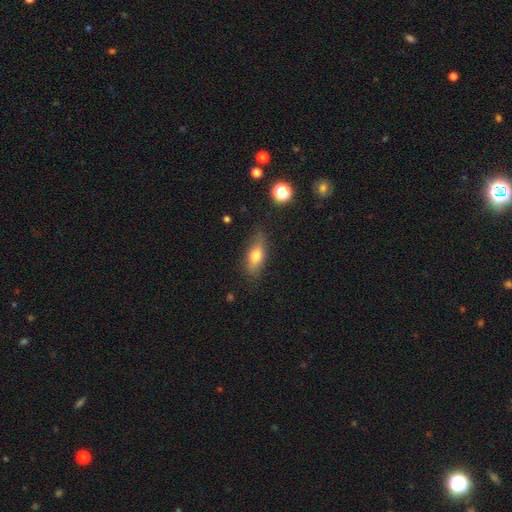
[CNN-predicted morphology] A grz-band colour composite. It shows a smooth galaxy with no disk features (69%) that is in between round and cigar-shaped (68%). Merging: none (76%).